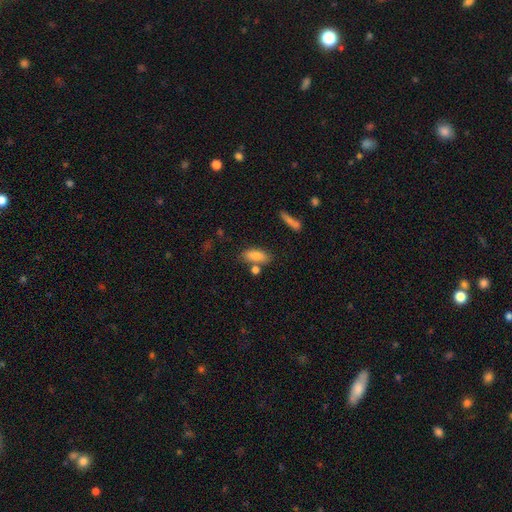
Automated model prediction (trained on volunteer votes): This appears to be a smooth galaxy with no disk features (82%) that is in between round and cigar-shaped (81%). Merging: none (65%).